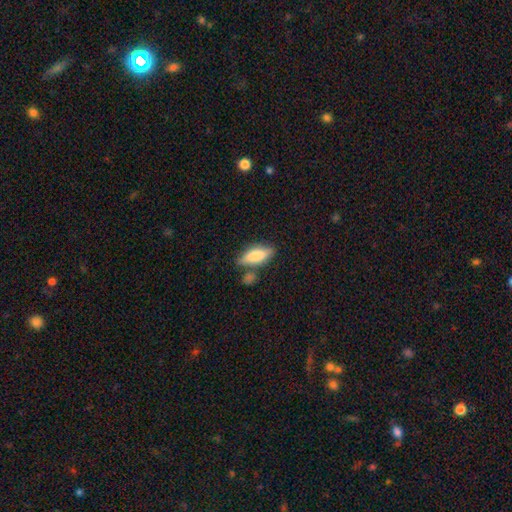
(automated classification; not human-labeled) The model was most divided on "how rounded": in between: 65%, cigar-shaped: 32%, round: 3%. More confident: smooth or featured — smooth (75%); merging — none (63%).